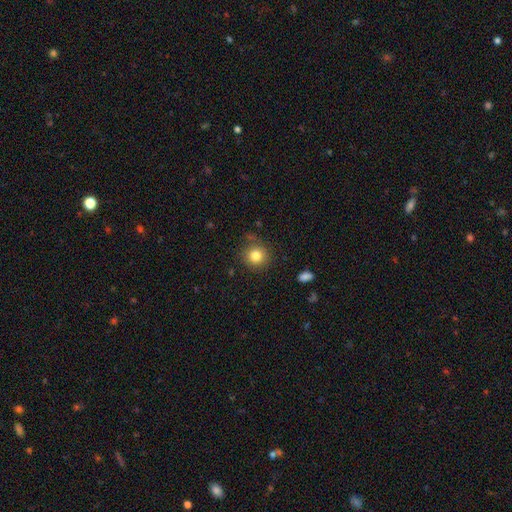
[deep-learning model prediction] Q: Smooth or featured?
A: smooth (82%); runner-up: star or artifact (11%)
Q: How rounded?
A: round (89%); runner-up: in between (10%)
Q: Merging?
A: none (81%); runner-up: minor disturbance (13%)